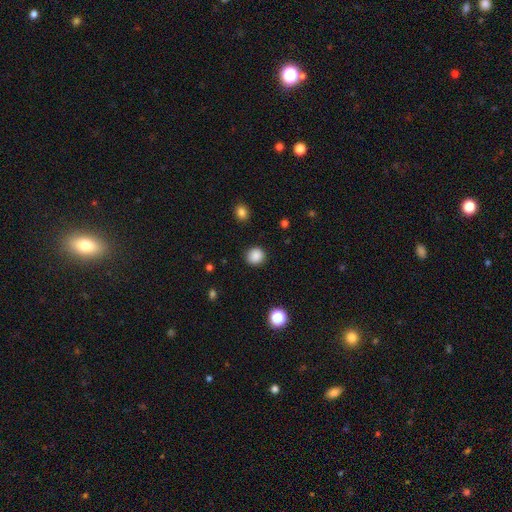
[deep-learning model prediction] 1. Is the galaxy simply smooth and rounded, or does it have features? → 87% smooth, 10% star or artifact, 3% featured or disk.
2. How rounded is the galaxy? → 89% round, 10% in between, 1% cigar-shaped.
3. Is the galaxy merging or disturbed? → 90% none, 6% minor disturbance, 2% major disturbance, 1% merger.